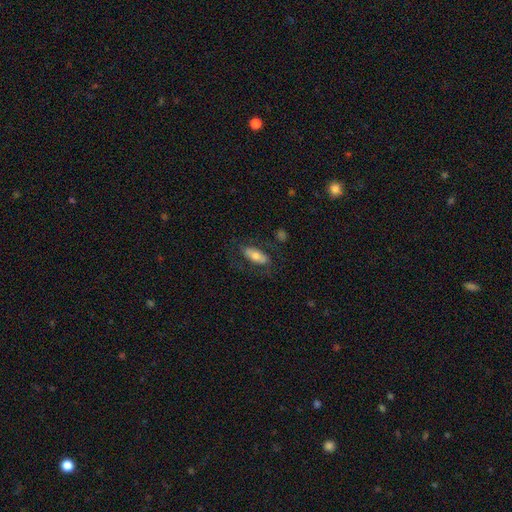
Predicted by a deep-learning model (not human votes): Q: Smooth or featured?
A: smooth (62%); runner-up: featured or disk (31%)
Q: How rounded?
A: in between (82%); runner-up: cigar-shaped (14%)
Q: Merging?
A: none (71%); runner-up: minor disturbance (17%)